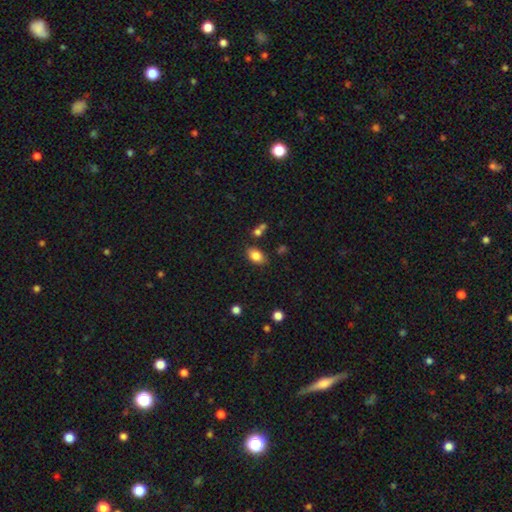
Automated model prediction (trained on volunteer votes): This is clearly a smooth galaxy (83%). How rounded: clearly in between (85%). Merging: likely none (80%).